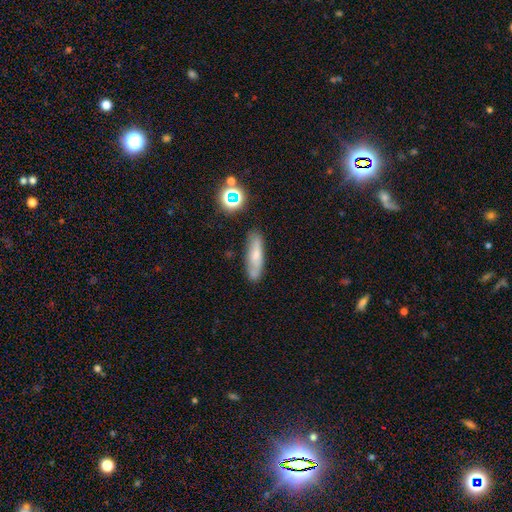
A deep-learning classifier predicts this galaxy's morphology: Overall: smooth (58%; featured or disk 31%). How rounded: cigar-shaped (62%; in between 35%). Merging: none (74%).